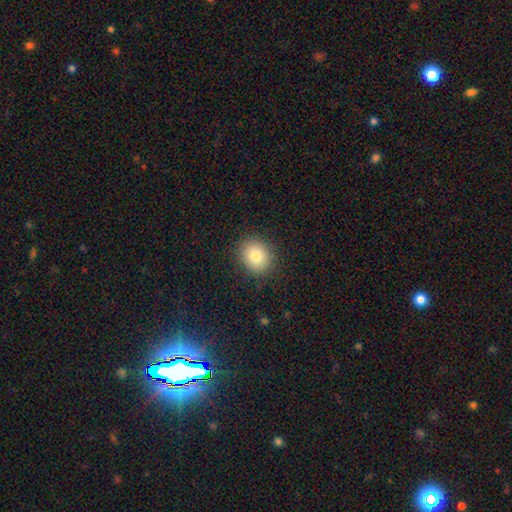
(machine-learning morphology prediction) Smooth or featured: smooth — 81% (star or artifact — 10%)
How rounded: round — 69% (in between — 30%)
Merging: none — 89% (minor disturbance — 8%)